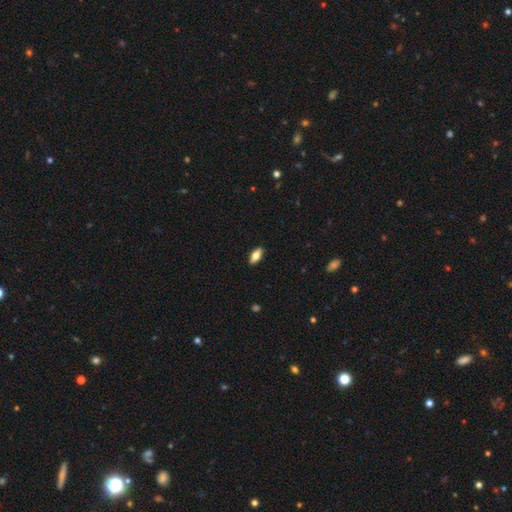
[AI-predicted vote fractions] The model was most divided on "smooth or featured": smooth: 71%, featured or disk: 22%, star or artifact: 7%. More confident: merging — none (89%); how rounded — in between (81%).